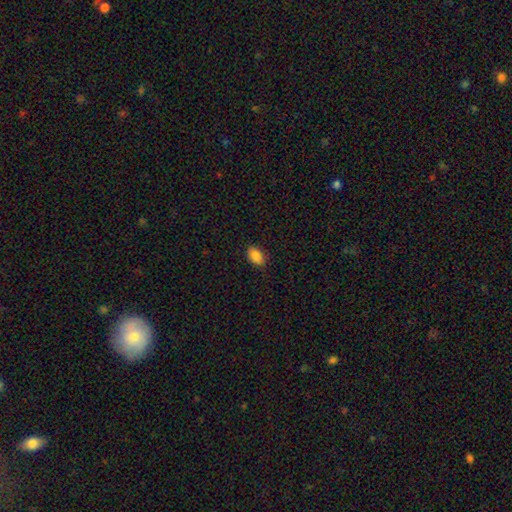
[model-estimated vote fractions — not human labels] A smooth galaxy with no disk features (88%) that is in between round and cigar-shaped (90%). Merging: none (86%).